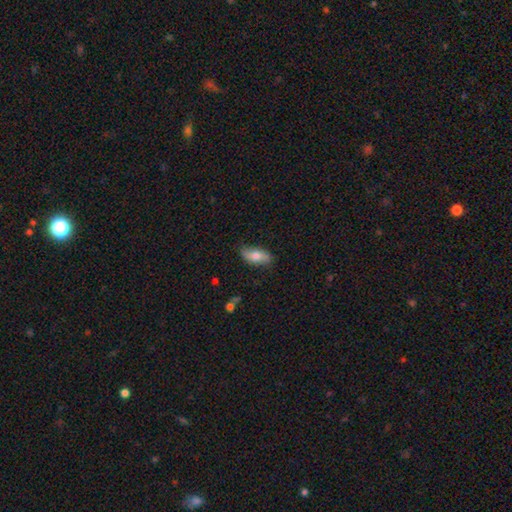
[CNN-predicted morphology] A smooth galaxy with no disk features (63%) that is in between round and cigar-shaped (85%). Merging: none (79%).